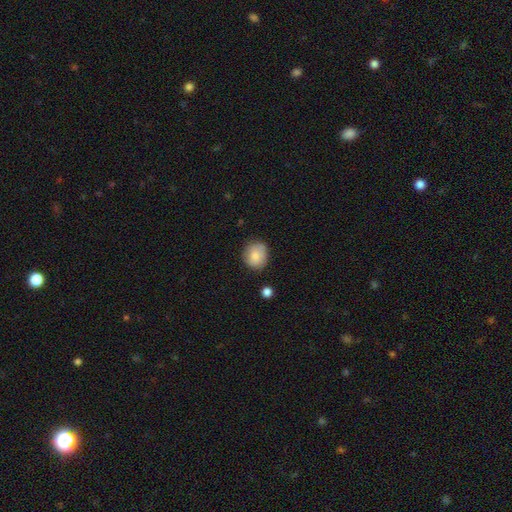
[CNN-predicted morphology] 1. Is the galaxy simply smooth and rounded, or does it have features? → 76% smooth, 17% featured or disk, 8% star or artifact.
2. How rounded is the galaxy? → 77% round, 22% in between, 1% cigar-shaped.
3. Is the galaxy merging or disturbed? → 77% none, 18% minor disturbance, 4% major disturbance, 2% merger.